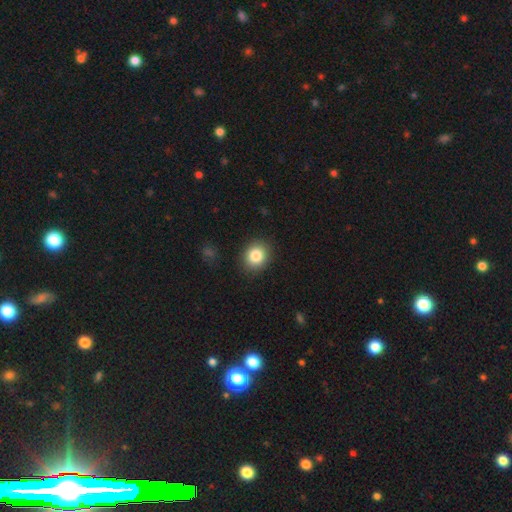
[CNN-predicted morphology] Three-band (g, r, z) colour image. It shows a smooth galaxy with no disk features (84%) that is round (68%). Merging: none (89%).